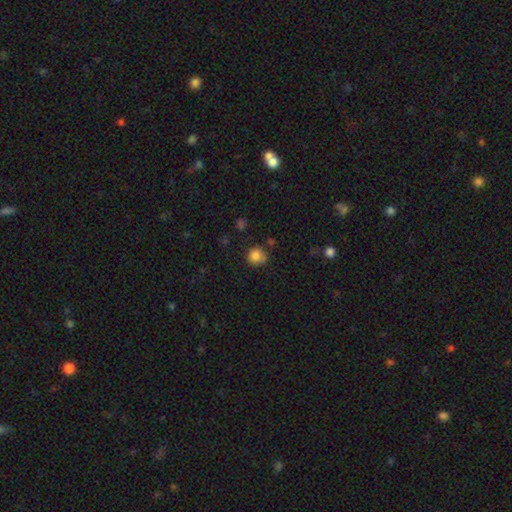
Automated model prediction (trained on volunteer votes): Smooth or featured? Predicted: smooth (p=0.84). How rounded? Predicted: round (p=0.87). Merging? Predicted: none (p=0.73).